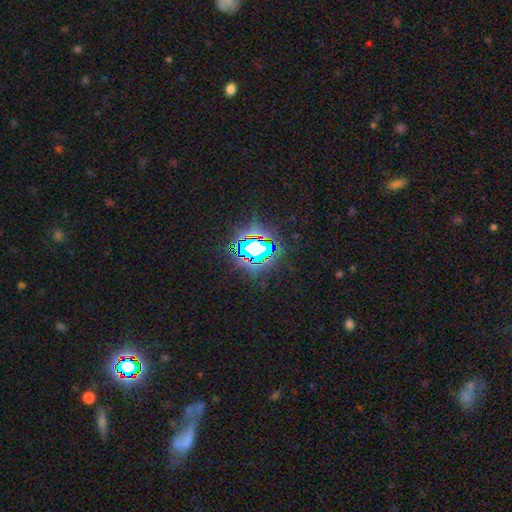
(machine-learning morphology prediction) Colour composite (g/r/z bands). It shows a star or artifact, not a galaxy (81%).